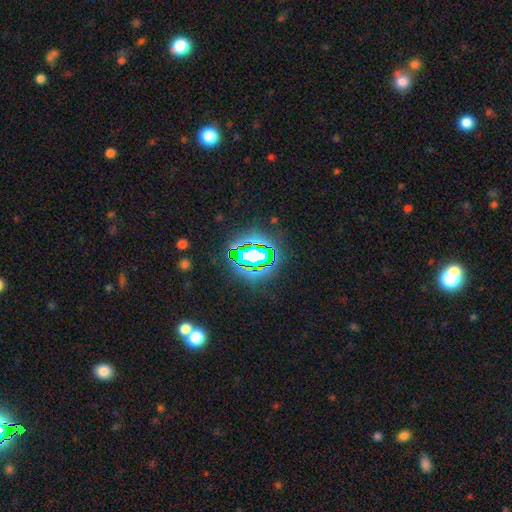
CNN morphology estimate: This is likely a star or artifact rather than a galaxy (71%).